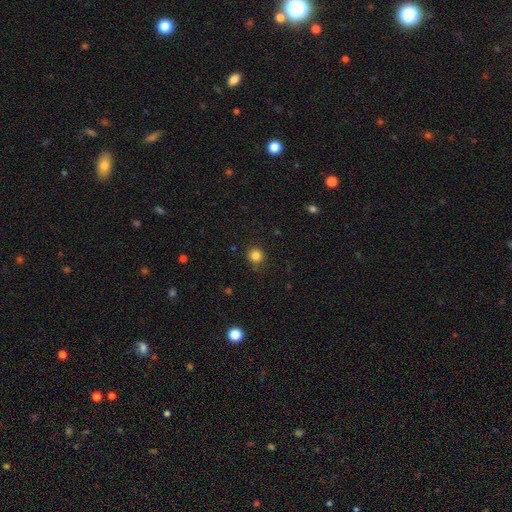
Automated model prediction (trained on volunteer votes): smooth 84%, star or artifact 12%, featured or disk 4%. Down the decision tree: how rounded — round (92%); merging — none (86%).